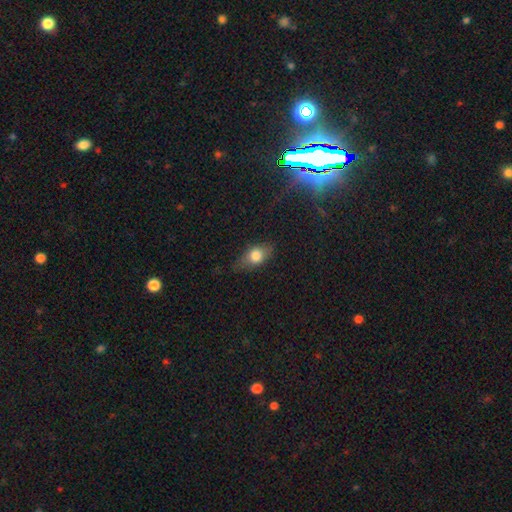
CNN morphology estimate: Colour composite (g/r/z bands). It shows a smooth galaxy with no disk features (76%) that is in between round and cigar-shaped (77%). Merging: none (72%).